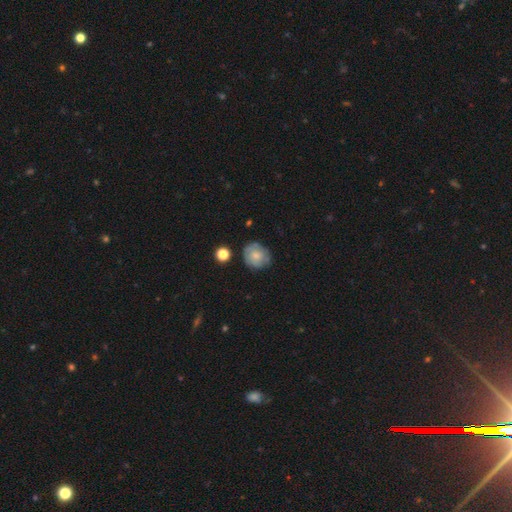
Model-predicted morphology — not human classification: smooth-or-featured: smooth: 66% | featured or disk: 26% | star or artifact: 8%
  how-rounded: round: 76% | in between: 23% | cigar-shaped: 1%
  merging: none: 73% | minor disturbance: 20% | major disturbance: 5% | merger: 3%